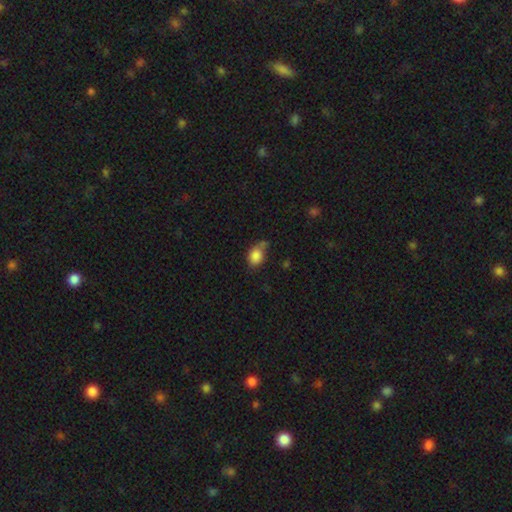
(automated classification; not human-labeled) smooth 85%, star or artifact 9%, featured or disk 6%. Down the decision tree: how rounded — in between (61%); merging — none (51%).